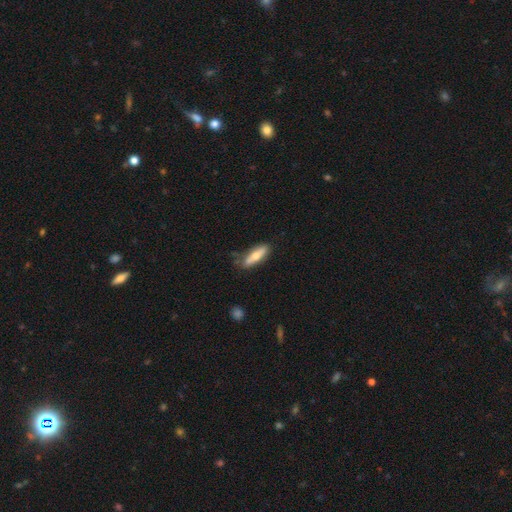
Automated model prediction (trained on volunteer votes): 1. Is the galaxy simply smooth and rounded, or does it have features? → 60% smooth, 34% featured or disk, 6% star or artifact.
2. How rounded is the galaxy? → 59% cigar-shaped, 38% in between, 2% round.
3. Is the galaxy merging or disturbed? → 72% none, 21% minor disturbance, 5% major disturbance, 3% merger.